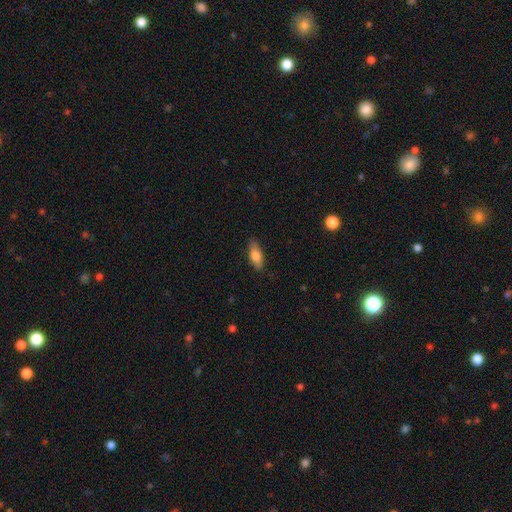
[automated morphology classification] This appears to be a smooth galaxy with no disk features (77%) that is in between round and cigar-shaped (76%). Merging: none (83%).